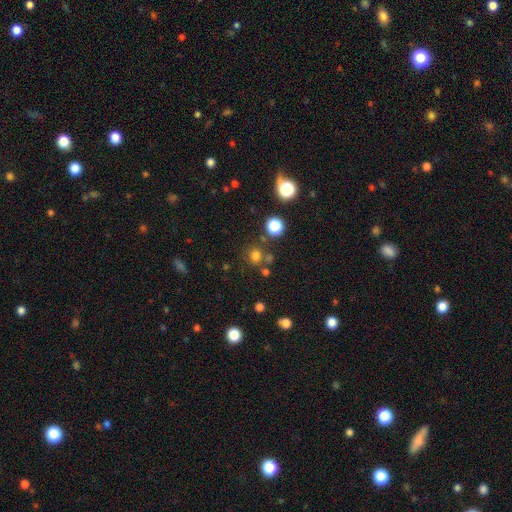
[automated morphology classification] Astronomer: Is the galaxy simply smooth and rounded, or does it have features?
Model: smooth — 71%.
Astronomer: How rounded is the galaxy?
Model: round — 84%.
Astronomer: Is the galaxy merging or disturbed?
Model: none — 75%.